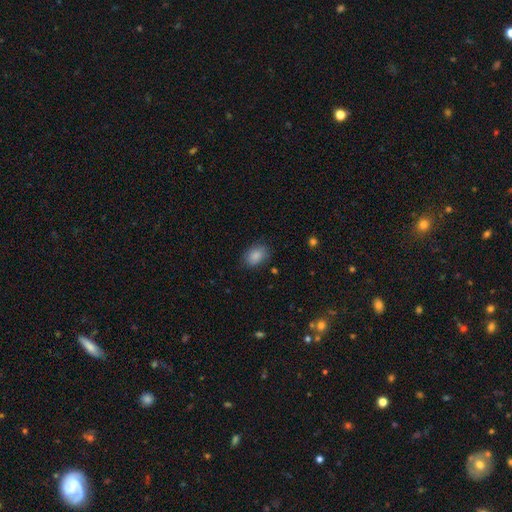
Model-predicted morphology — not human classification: A smooth galaxy with no disk features (86%) that is in between round and cigar-shaped (81%).

Vote fractions:
- Smooth or featured? smooth: 86% / star or artifact: 8% / featured or disk: 6%
- How rounded? in between: 81% / round: 18% / cigar-shaped: 1%
- Merging? none: 81% / minor disturbance: 15% / major disturbance: 4% / merger: 1%